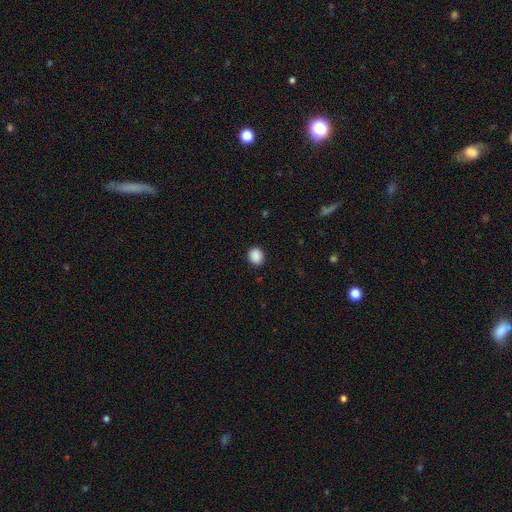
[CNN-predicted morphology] Q: Smooth or featured?
A: smooth (89%); runner-up: star or artifact (8%)
Q: How rounded?
A: round (69%); runner-up: in between (30%)
Q: Merging?
A: none (89%); runner-up: minor disturbance (8%)